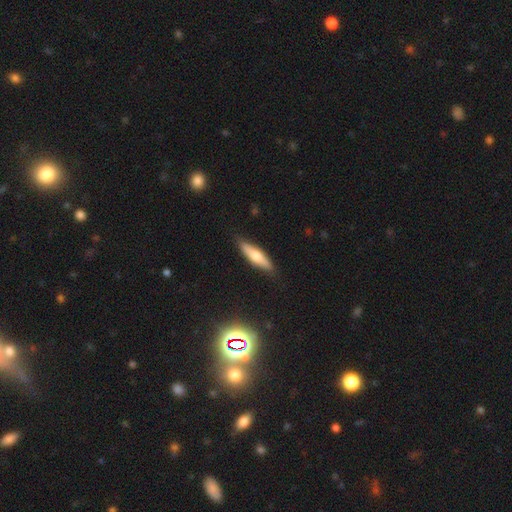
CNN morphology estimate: smooth 57%, featured or disk 37%, star or artifact 6%. Down the decision tree: how rounded — cigar-shaped (69%); merging — none (85%).